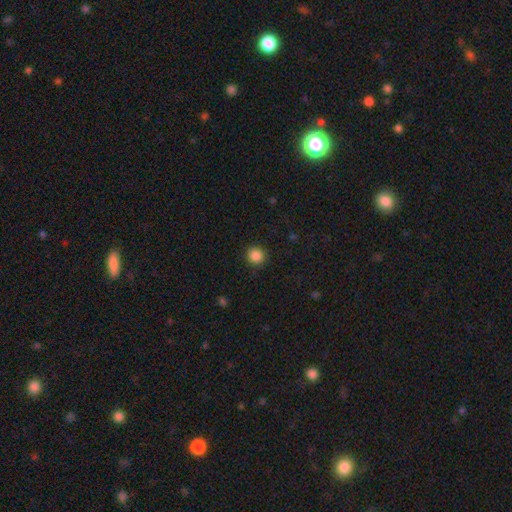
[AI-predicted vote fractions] Q: Smooth or featured?
A: smooth (87%); runner-up: star or artifact (10%)
Q: How rounded?
A: round (93%); runner-up: in between (6%)
Q: Merging?
A: none (91%); runner-up: minor disturbance (6%)